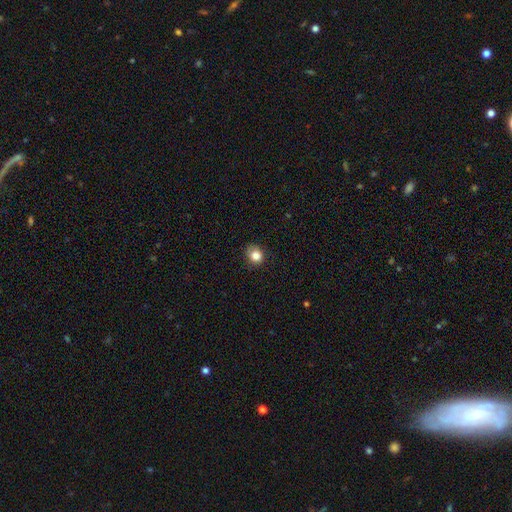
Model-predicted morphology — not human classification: smooth-or-featured: smooth: 83% | star or artifact: 11% | featured or disk: 6%
  how-rounded: round: 73% | in between: 27% | cigar-shaped: 1%
  merging: none: 77% | minor disturbance: 18% | major disturbance: 4% | merger: 1%